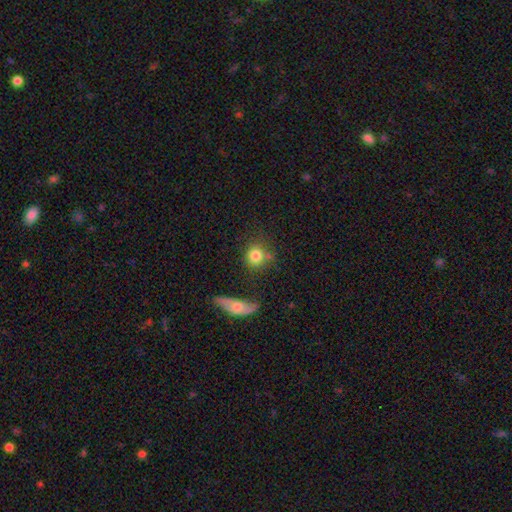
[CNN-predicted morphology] Smooth or featured?
  - smooth: 81% *
  - featured or disk: 10%
  - star or artifact: 9%
How rounded?
  - round: 81% *
  - in between: 17%
  - cigar-shaped: 2%
Merging?
  - none: 67% *
  - minor disturbance: 14%
  - merger: 13%
  - major disturbance: 6%